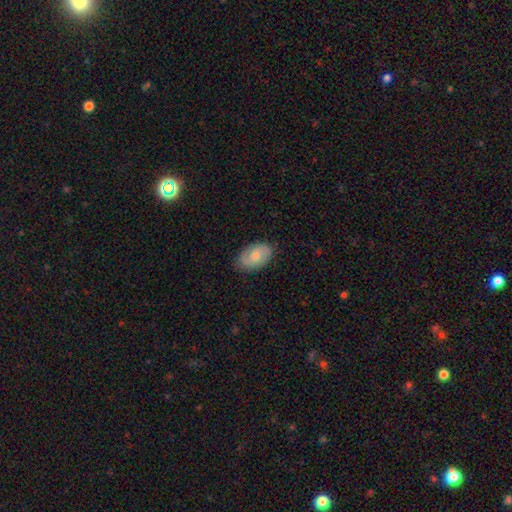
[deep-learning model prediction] Smooth or featured?
  - smooth: 53% *
  - featured or disk: 41%
  - star or artifact: 6%
How rounded?
  - in between: 90% *
  - round: 9%
  - cigar-shaped: 2%
Merging?
  - none: 81% *
  - minor disturbance: 15%
  - major disturbance: 3%
  - merger: 1%